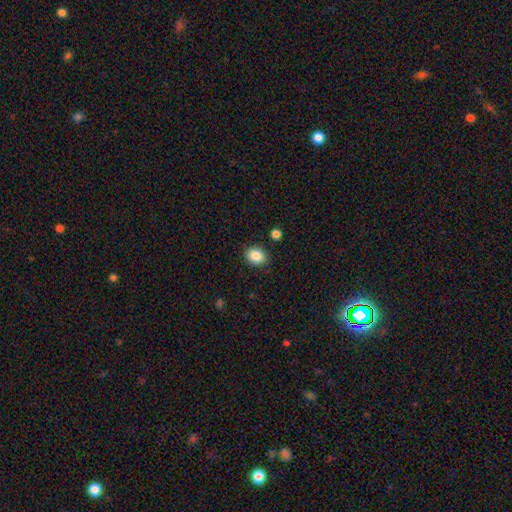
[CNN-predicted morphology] Smooth or featured: smooth — 87% (star or artifact — 9%)
How rounded: round — 51% (in between — 48%)
Merging: none — 86% (minor disturbance — 9%)